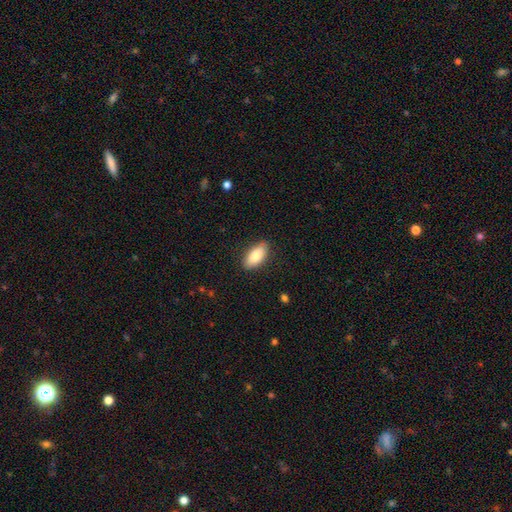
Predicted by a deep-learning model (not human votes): This is clearly a smooth galaxy (83%). How rounded: clearly in between (88%). Merging: clearly none (85%).